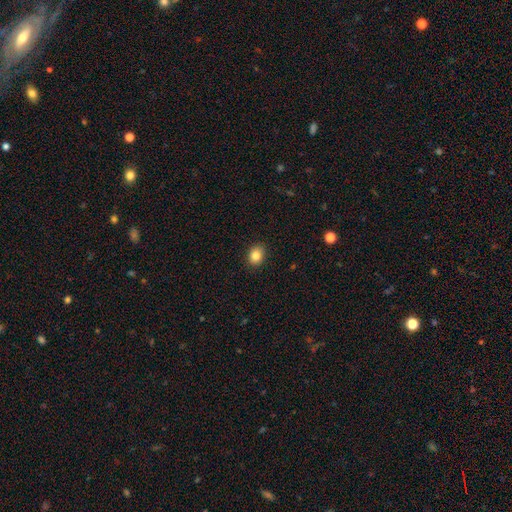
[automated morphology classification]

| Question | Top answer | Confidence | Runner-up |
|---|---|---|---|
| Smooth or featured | smooth | 84% | star or artifact (9%) |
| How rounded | in between | 57% | round (42%) |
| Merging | none | 89% | minor disturbance (8%) |